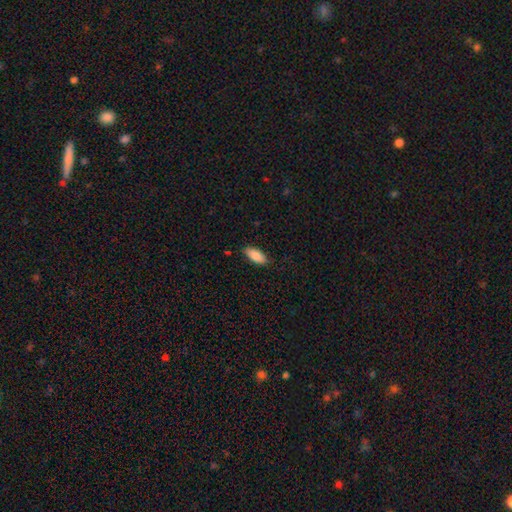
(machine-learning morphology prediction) Smooth or featured? Predicted: smooth (p=0.86). How rounded? Predicted: in between (p=0.85). Merging? Predicted: none (p=0.82).